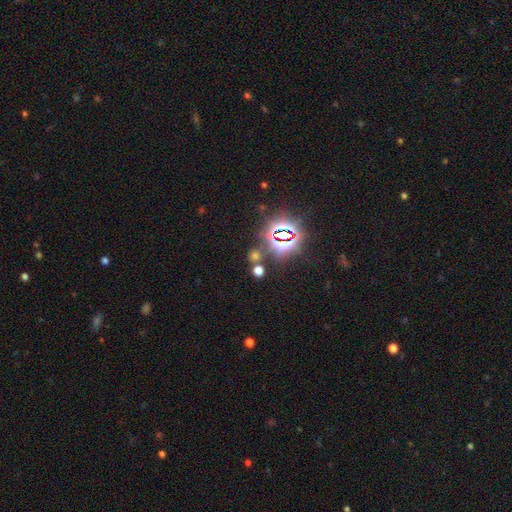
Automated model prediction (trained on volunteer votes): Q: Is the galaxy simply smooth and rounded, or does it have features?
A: star or artifact — 50%.